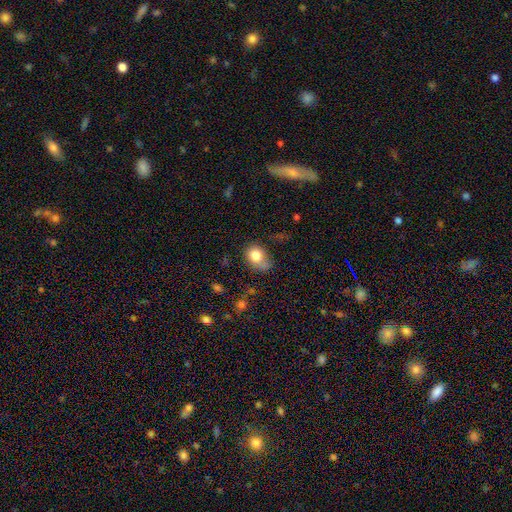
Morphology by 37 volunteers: Volunteers were most divided on "merging": minor disturbance: 47%, none: 44%, major disturbance: 8%, merger: 0%. More confident: smooth or featured — smooth (95%); how rounded — round (63%).